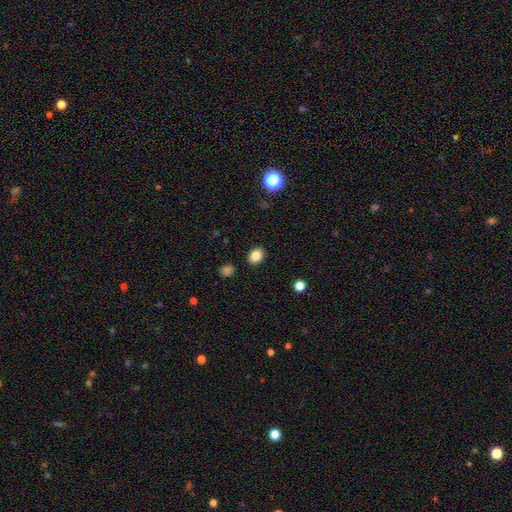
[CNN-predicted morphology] Smooth or featured: smooth — 85% (star or artifact — 10%)
How rounded: in between — 51% (round — 48%)
Merging: none — 90% (minor disturbance — 7%)